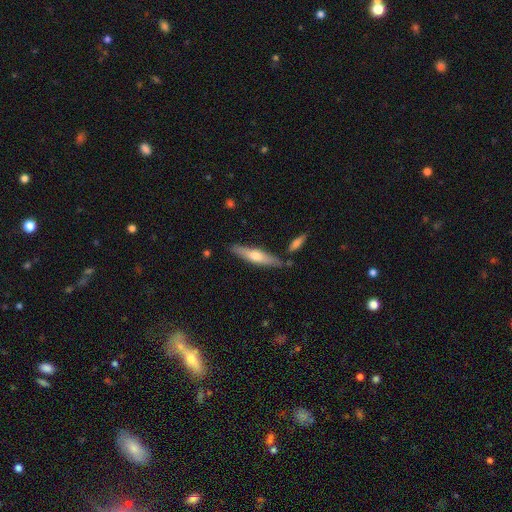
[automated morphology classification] A smooth galaxy with no disk features (51%) that is cigar-shaped (81%). Merging: none (81%).